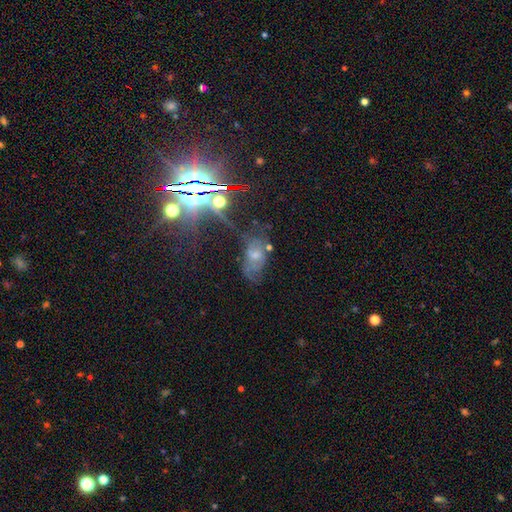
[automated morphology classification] type=star or artifact (55%).